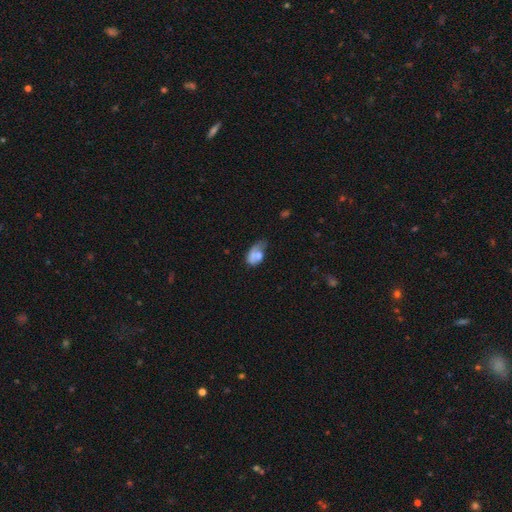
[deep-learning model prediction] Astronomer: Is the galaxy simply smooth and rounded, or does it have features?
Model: smooth — 58%.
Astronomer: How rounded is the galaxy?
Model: in between — 85%.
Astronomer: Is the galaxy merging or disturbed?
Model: minor disturbance — 27%, tied with major disturbance at 27%.